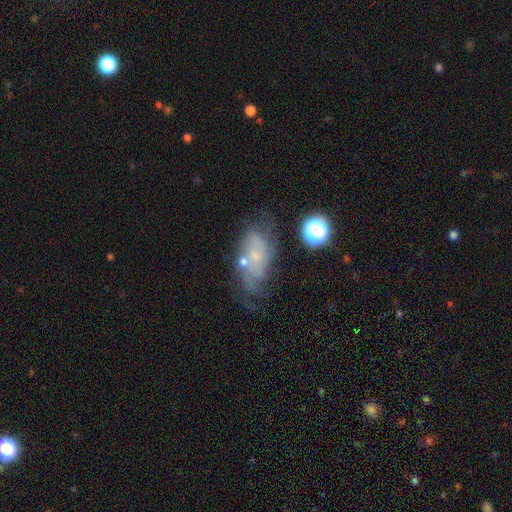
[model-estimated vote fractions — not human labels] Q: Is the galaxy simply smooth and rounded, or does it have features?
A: featured or disk — 56%.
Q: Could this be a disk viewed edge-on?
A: no — 93%.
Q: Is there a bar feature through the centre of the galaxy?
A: no — 71%.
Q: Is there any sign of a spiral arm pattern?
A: yes — 70%.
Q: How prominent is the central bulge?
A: small — 62%.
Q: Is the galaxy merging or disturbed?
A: none — 47%.